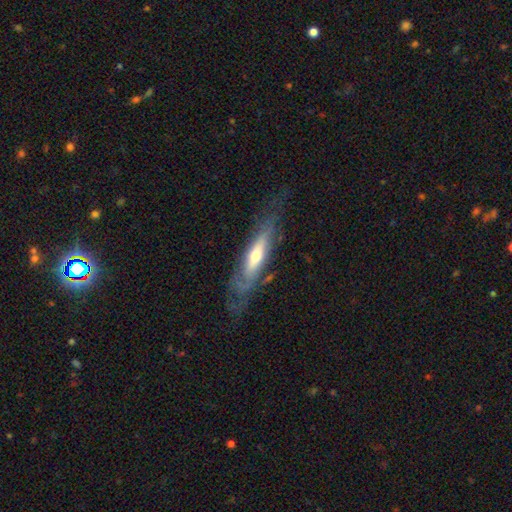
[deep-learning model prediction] Overall: featured or disk (63%; smooth 31%). Edge-on disk: yes (56%; no 44%). Merging: none (59%; minor disturbance 22%).